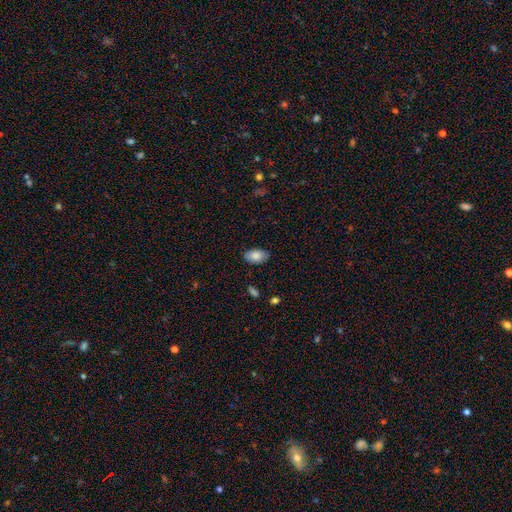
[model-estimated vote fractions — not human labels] Smooth or featured: smooth — 84% (featured or disk — 9%)
How rounded: in between — 93% (round — 5%)
Merging: none — 83% (minor disturbance — 13%)